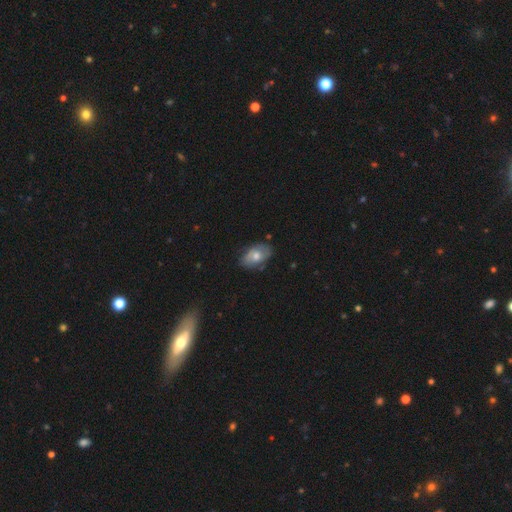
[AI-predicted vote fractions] Q: Smooth or featured?
A: smooth (56%); runner-up: featured or disk (37%)
Q: How rounded?
A: in between (88%); runner-up: round (11%)
Q: Merging?
A: none (72%); runner-up: minor disturbance (22%)